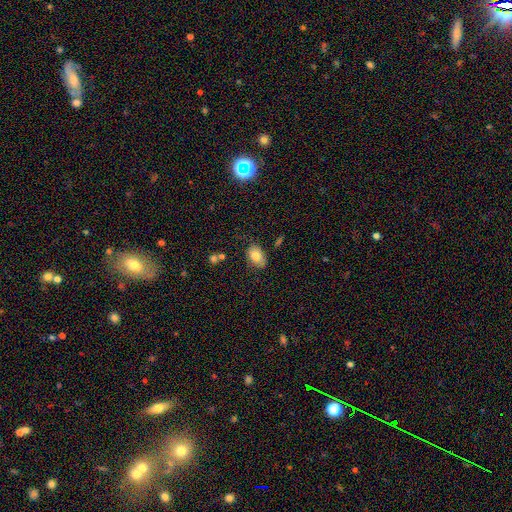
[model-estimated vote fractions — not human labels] smooth 78%, featured or disk 13%, star or artifact 8%. Down the decision tree: how rounded — in between (85%); merging — none (72%).